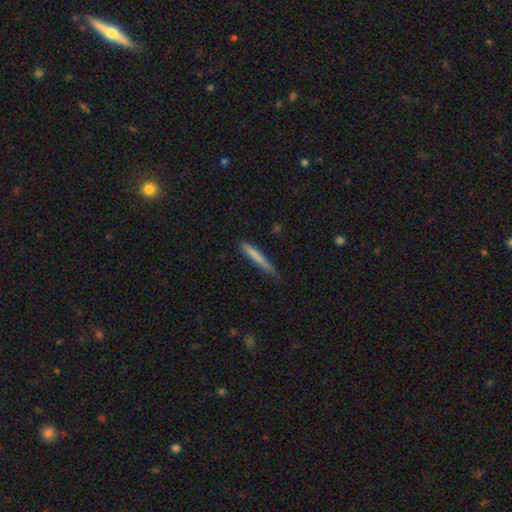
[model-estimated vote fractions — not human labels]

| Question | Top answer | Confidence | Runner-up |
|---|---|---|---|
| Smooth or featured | smooth | 74% | featured or disk (20%) |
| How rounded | cigar-shaped | 95% | in between (4%) |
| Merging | none | 70% | minor disturbance (24%) |